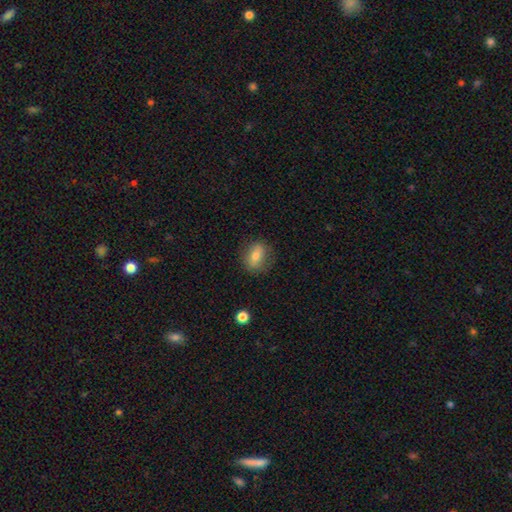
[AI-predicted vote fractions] A smooth galaxy with no disk features (70%) that is in between round and cigar-shaped (62%).

Vote fractions:
- Smooth or featured? smooth: 70% / featured or disk: 21% / star or artifact: 9%
- How rounded? in between: 62% / round: 33% / cigar-shaped: 4%
- Merging? none: 80% / minor disturbance: 14% / major disturbance: 4% / merger: 1%